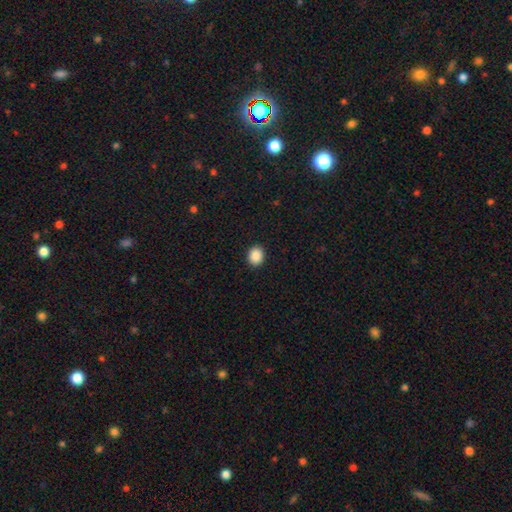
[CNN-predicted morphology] Smooth or featured: smooth — 89% (star or artifact — 8%)
How rounded: round — 62% (in between — 37%)
Merging: none — 92% (minor disturbance — 5%)